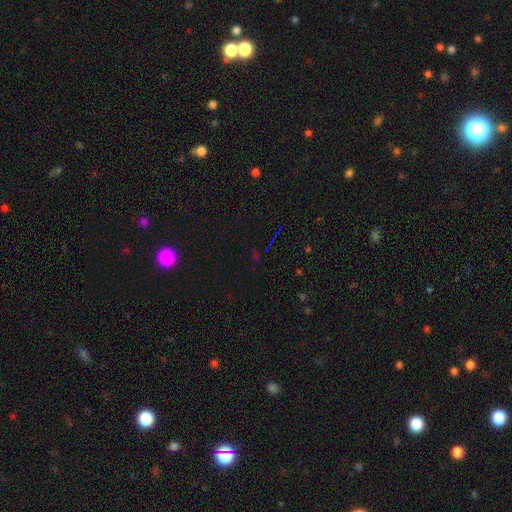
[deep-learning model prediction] This is likely a star or artifact rather than a galaxy (71%).